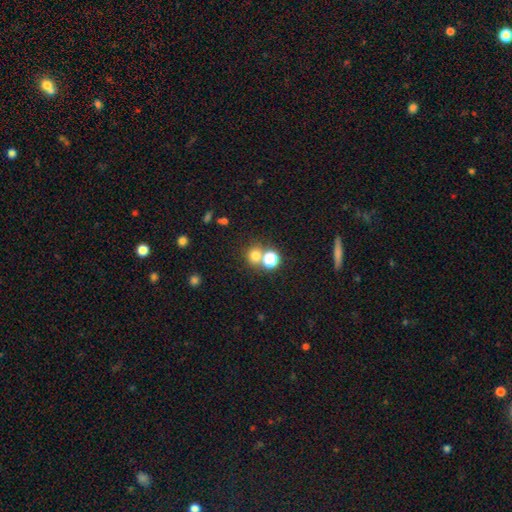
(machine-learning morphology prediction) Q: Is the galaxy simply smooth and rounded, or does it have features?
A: smooth — 71%.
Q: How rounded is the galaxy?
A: round — 85%.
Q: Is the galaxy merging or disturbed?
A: none — 64%.